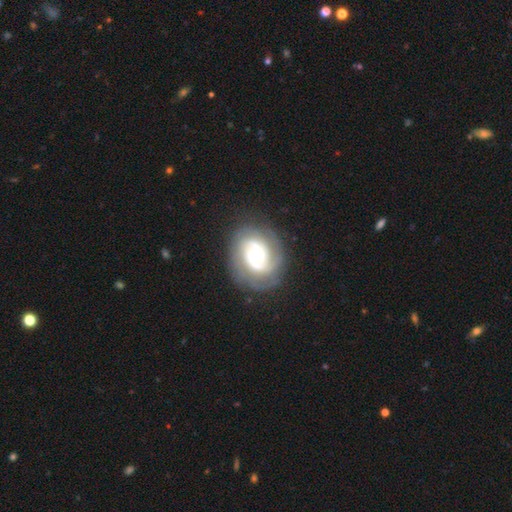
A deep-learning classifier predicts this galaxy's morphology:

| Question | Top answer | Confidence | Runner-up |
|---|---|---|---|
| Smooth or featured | featured or disk | 83% | smooth (11%) |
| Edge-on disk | no | 98% | yes (2%) |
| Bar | no | 52% | weak (37%) |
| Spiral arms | yes | 95% | no (5%) |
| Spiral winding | tight | 57% | medium (34%) |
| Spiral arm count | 2 | 55% | can't tell (17%) |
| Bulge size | moderate | 54% | large (23%) |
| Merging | none | 78% | minor disturbance (14%) |